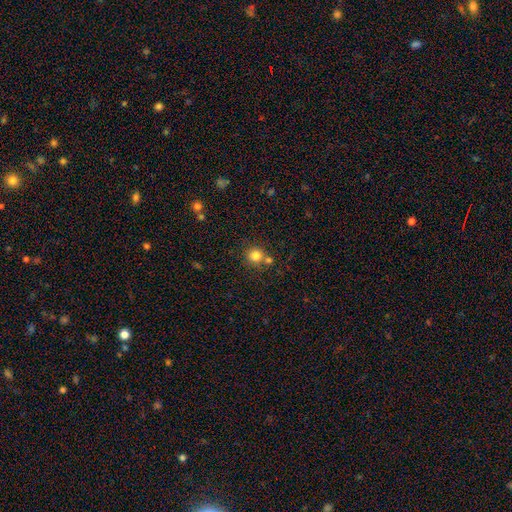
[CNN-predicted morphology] Smooth or featured? Predicted: smooth (p=0.81). How rounded? Predicted: round (p=0.92). Merging? Predicted: none (p=0.69).